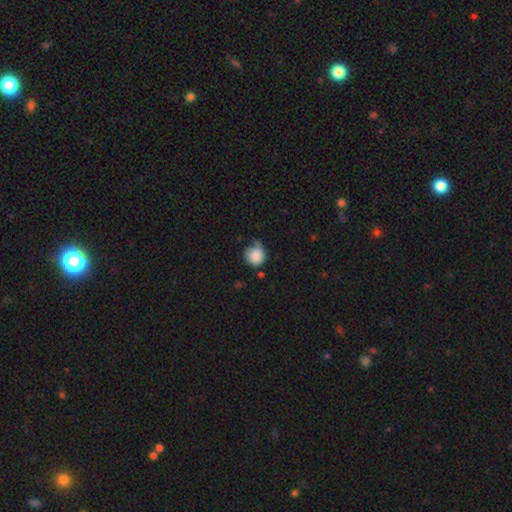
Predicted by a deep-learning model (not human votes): This appears to be a smooth galaxy with no disk features (85%) that is round (88%). Merging: none (42%).